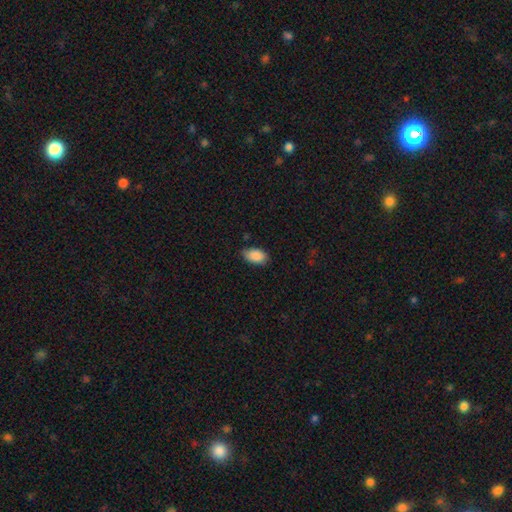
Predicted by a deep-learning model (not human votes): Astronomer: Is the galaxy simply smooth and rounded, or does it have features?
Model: smooth — 89%.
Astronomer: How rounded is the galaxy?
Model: in between — 93%.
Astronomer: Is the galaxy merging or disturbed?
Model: none — 75%.